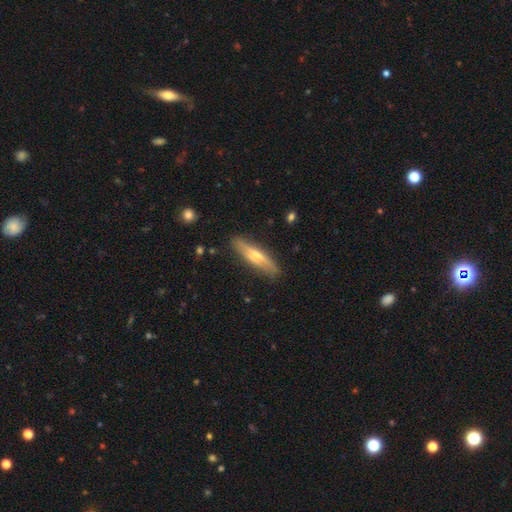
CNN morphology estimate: The model was most divided on "smooth or featured": featured or disk: 52%, smooth: 42%, star or artifact: 6%. More confident: merging — none (84%); edge-on disk — yes (84%).